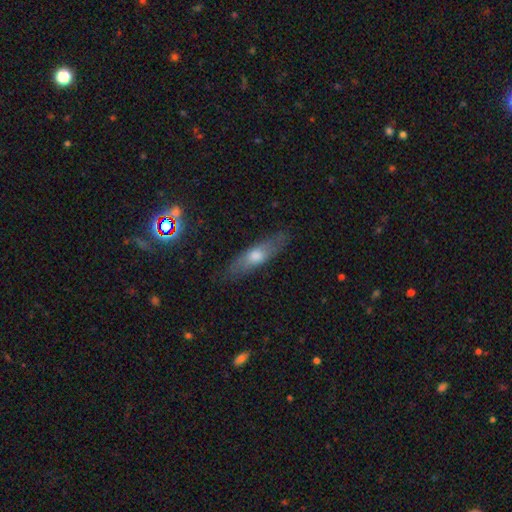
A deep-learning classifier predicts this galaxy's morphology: This is possibly a smooth galaxy (51%). How rounded: possibly cigar-shaped (60%). Merging: clearly none (81%).